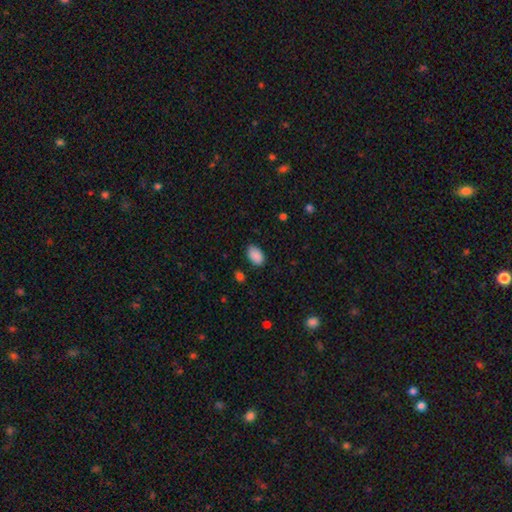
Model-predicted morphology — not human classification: smooth-or-featured: smooth: 89% | star or artifact: 7% | featured or disk: 3%
  how-rounded: in between: 90% | round: 9% | cigar-shaped: 1%
  merging: none: 82% | minor disturbance: 14% | major disturbance: 3% | merger: 1%